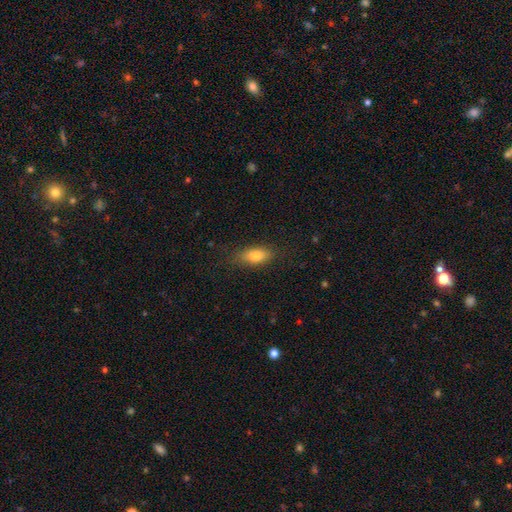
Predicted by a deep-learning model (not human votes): A smooth galaxy with no disk features (78%) that is in between round and cigar-shaped (78%). Merging: none (81%).